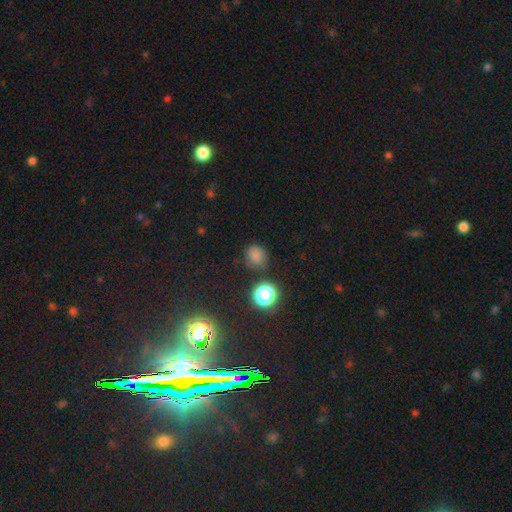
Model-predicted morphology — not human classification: Smooth or featured? smooth (73%)
How rounded? round (67%)
Merging? none (72%)